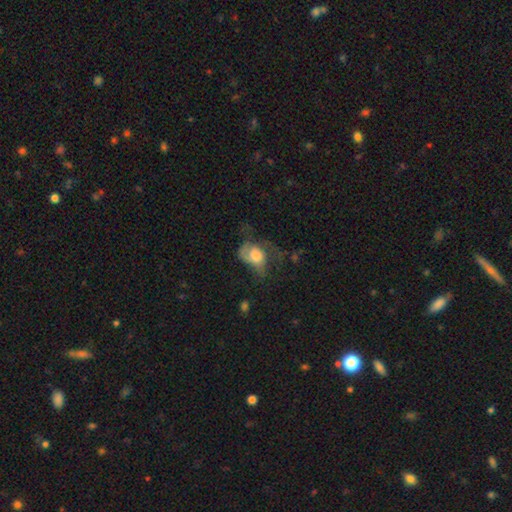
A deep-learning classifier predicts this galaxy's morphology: The model was most divided on "smooth or featured": smooth: 55%, featured or disk: 36%, star or artifact: 9%. More confident: how rounded — in between (71%); merging — major disturbance (52%).